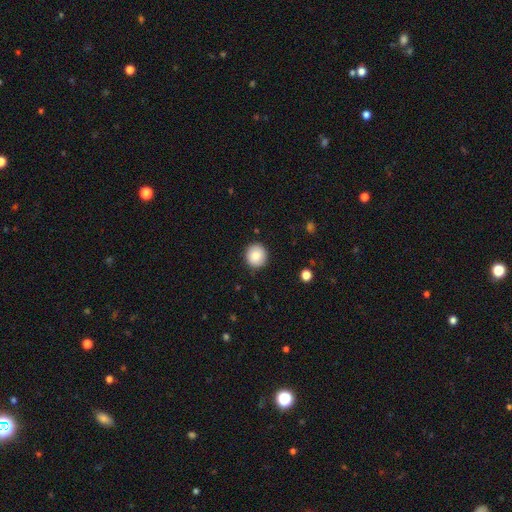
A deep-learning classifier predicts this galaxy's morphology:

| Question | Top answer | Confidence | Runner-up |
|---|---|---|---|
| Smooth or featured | smooth | 86% | star or artifact (8%) |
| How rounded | round | 91% | in between (8%) |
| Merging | none | 89% | minor disturbance (8%) |